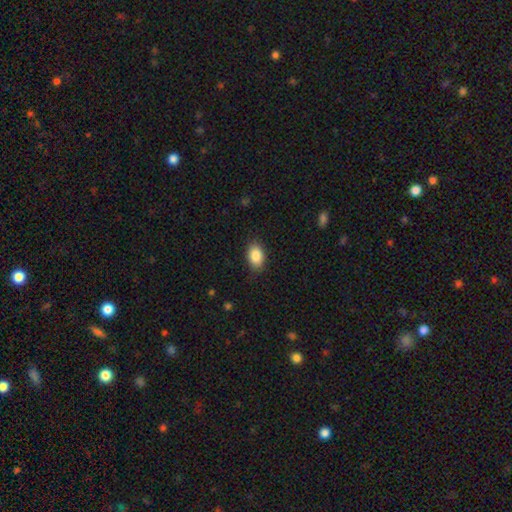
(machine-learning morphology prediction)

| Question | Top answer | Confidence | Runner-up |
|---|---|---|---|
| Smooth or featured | smooth | 87% | star or artifact (7%) |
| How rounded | in between | 87% | round (12%) |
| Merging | none | 84% | minor disturbance (12%) |